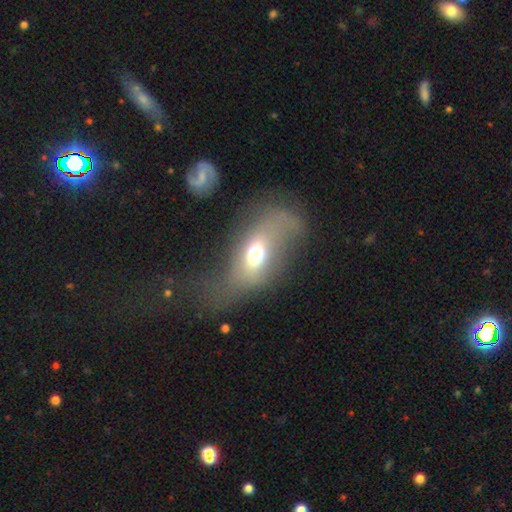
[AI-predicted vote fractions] smooth-or-featured: smooth: 50% | featured or disk: 39% | star or artifact: 11%
  how-rounded: in between: 80% | round: 13% | cigar-shaped: 7%
  merging: major disturbance: 40% | none: 32% | minor disturbance: 22% | merger: 6%